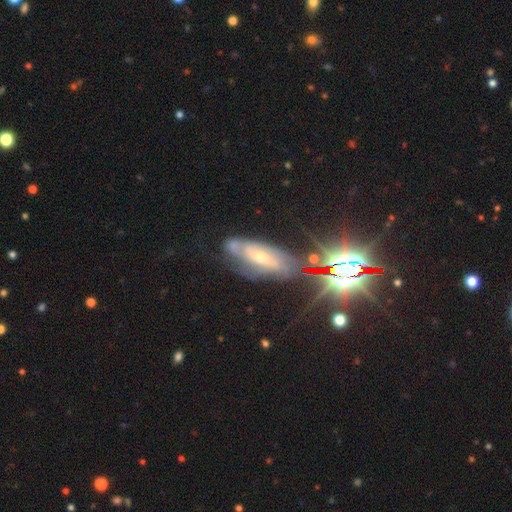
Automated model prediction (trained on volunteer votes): Morphology: type=featured or disk (61%); edge-on=no (85%); bar=no (42%); spiral arms=yes (84%); bulge=small (56%); merging=none (63%).